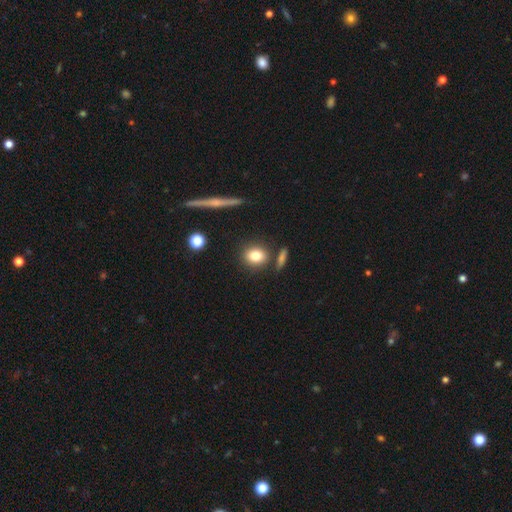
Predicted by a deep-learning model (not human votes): Smooth or featured: smooth — 80% (featured or disk — 11%)
How rounded: round — 69% (in between — 28%)
Merging: none — 81% (minor disturbance — 9%)